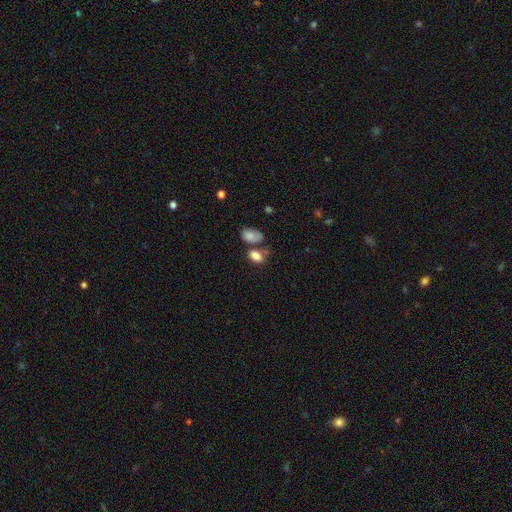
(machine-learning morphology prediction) Smooth or featured? smooth (83%)
How rounded? in between (83%)
Merging? none (45%)